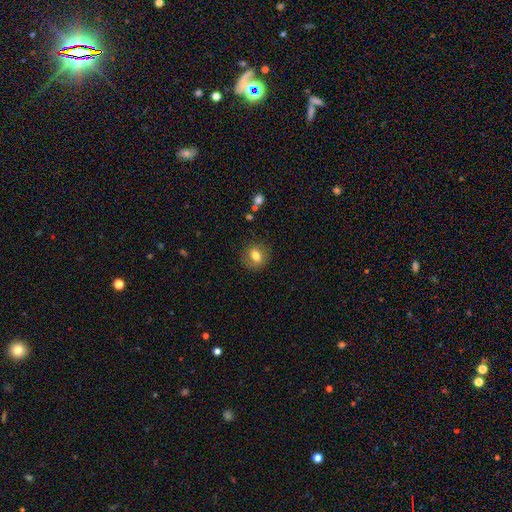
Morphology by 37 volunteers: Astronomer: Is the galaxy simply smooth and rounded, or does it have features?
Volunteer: smooth — 78%.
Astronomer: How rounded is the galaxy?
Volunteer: round — 69%.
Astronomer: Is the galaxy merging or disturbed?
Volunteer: none — 86%.